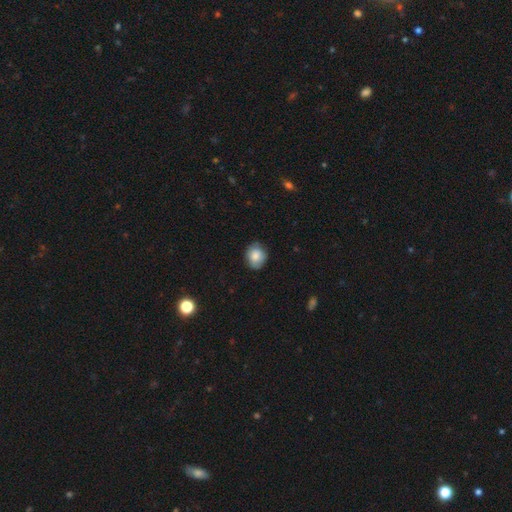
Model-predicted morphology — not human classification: Smooth or featured? smooth (81%)
How rounded? round (61%)
Merging? none (76%)